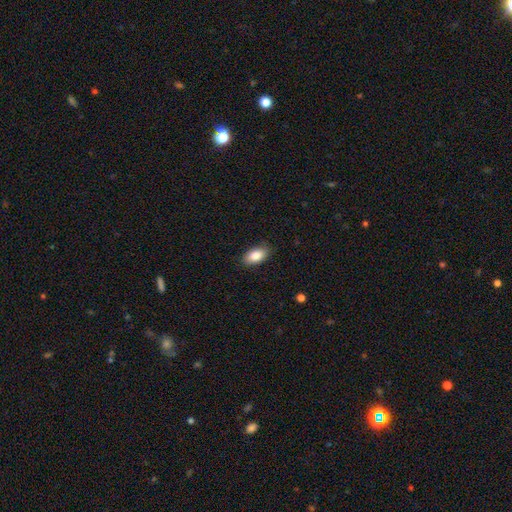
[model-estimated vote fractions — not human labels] A smooth galaxy with no disk features (86%) that is in between round and cigar-shaped (93%). Merging: none (86%).